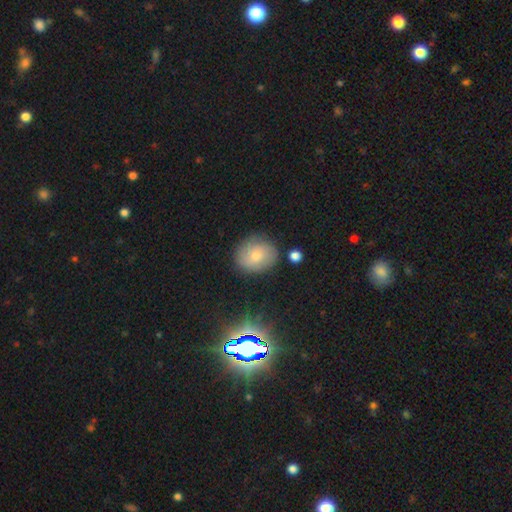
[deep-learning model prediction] smooth_or_featured: smooth (p=0.67) [alt: featured or disk p=0.22]
how_rounded: round (p=0.60) [alt: in between p=0.39]
merging: none (p=0.78) [alt: minor disturbance p=0.15]